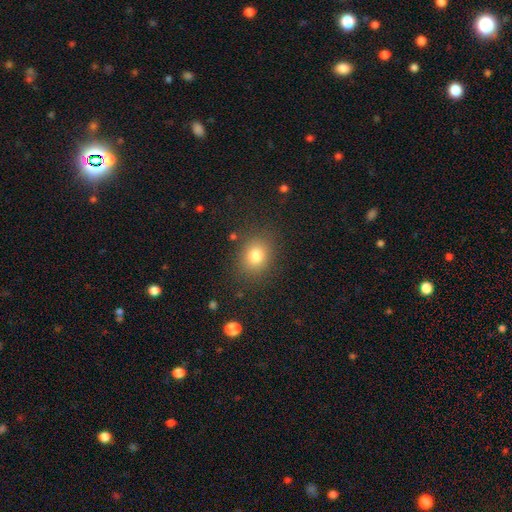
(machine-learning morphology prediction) Smooth or featured: smooth — 79% (star or artifact — 13%)
How rounded: round — 61% (in between — 38%)
Merging: none — 84% (minor disturbance — 10%)